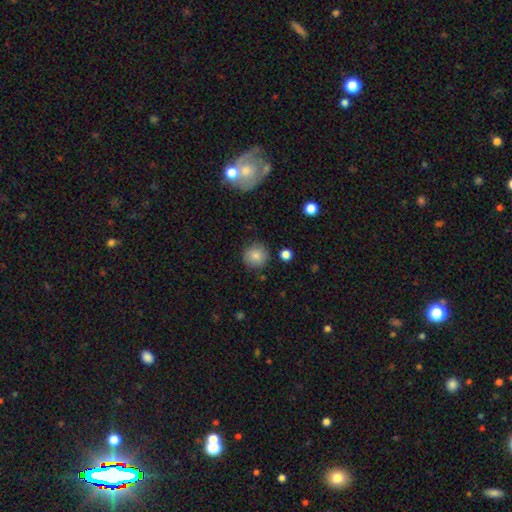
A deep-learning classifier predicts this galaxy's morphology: smooth_or_featured: smooth (p=0.84) [alt: star or artifact p=0.09]
how_rounded: round (p=0.93) [alt: in between p=0.06]
merging: none (p=0.87) [alt: minor disturbance p=0.08]